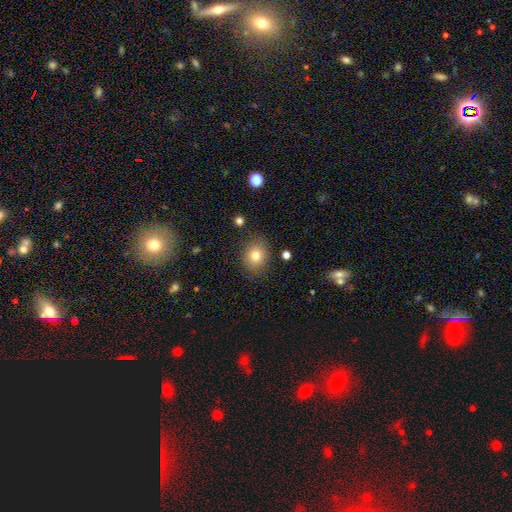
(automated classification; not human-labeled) Smooth or featured: smooth — 78% (star or artifact — 11%)
How rounded: round — 57% (in between — 42%)
Merging: none — 85% (minor disturbance — 10%)